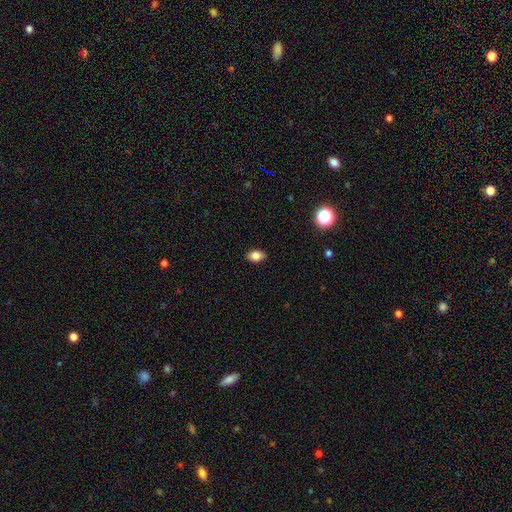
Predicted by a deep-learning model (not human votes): This is clearly a smooth galaxy (83%). How rounded: clearly in between (86%). Merging: clearly none (88%).